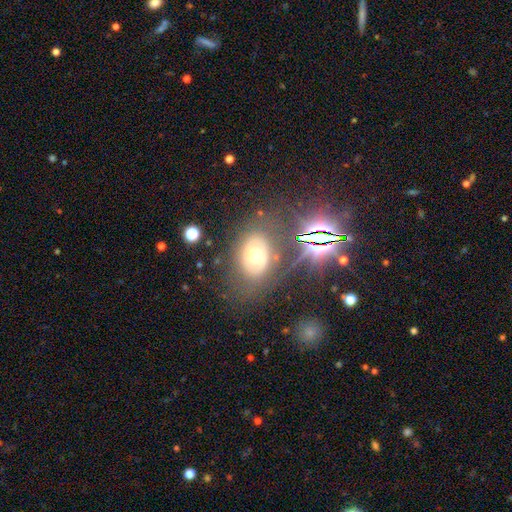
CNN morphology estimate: Smooth or featured? Predicted: featured or disk (p=0.43). Merging? Predicted: none (p=0.69).